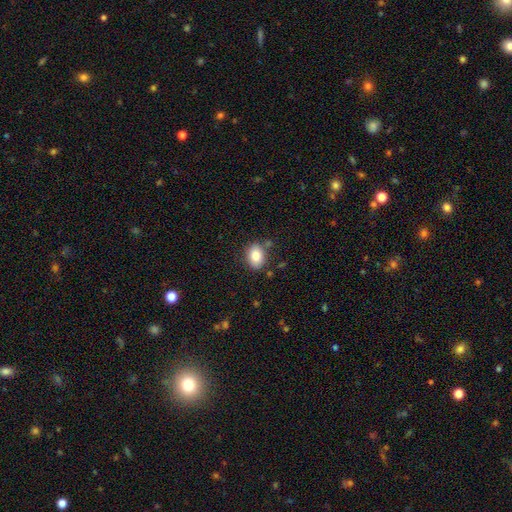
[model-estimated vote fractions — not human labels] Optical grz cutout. It shows a smooth galaxy with no disk features (82%) that is in between round and cigar-shaped (70%). Merging: none (79%).